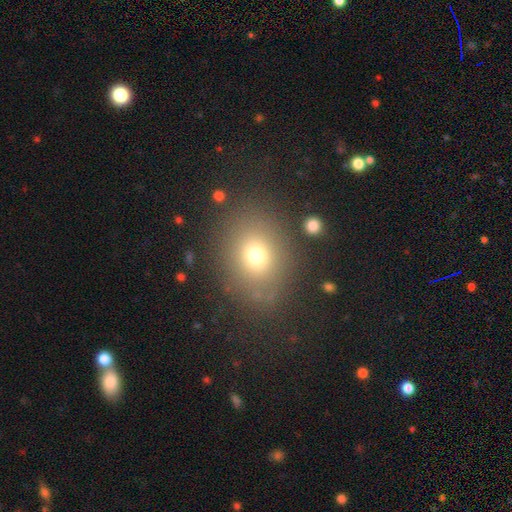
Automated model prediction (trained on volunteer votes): Q: Smooth or featured?
A: smooth (72%); runner-up: star or artifact (16%)
Q: How rounded?
A: round (60%); runner-up: in between (39%)
Q: Merging?
A: none (81%); runner-up: minor disturbance (11%)